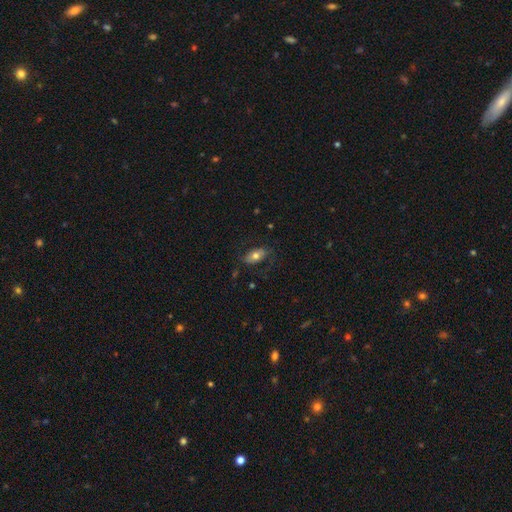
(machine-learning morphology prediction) Smooth or featured?
  - smooth: 68% *
  - featured or disk: 24%
  - star or artifact: 8%
How rounded?
  - in between: 90% *
  - round: 5%
  - cigar-shaped: 5%
Merging?
  - none: 73% *
  - minor disturbance: 18%
  - major disturbance: 8%
  - merger: 1%